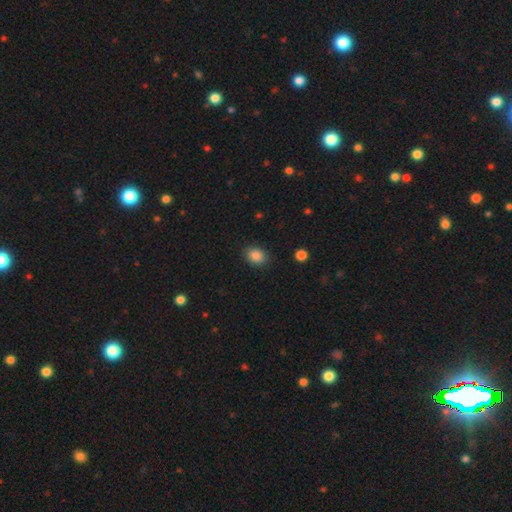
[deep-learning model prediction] The model was most divided on "how rounded": in between: 61%, round: 38%, cigar-shaped: 1%. More confident: smooth or featured — smooth (87%); merging — none (86%).